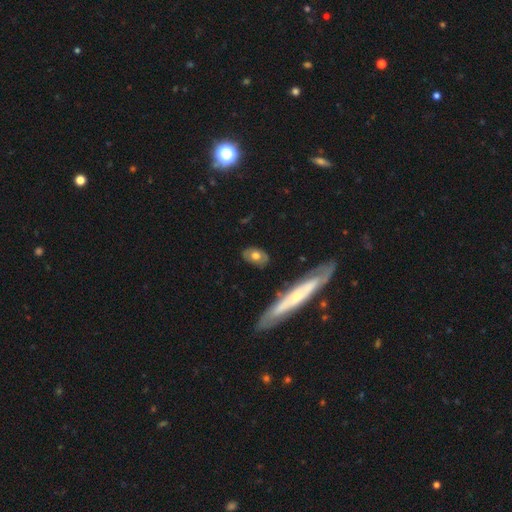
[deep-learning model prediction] smooth_or_featured: smooth (p=0.59) [alt: featured or disk p=0.34]
how_rounded: in between (p=0.78) [alt: round p=0.16]
merging: none (p=0.79) [alt: minor disturbance p=0.14]